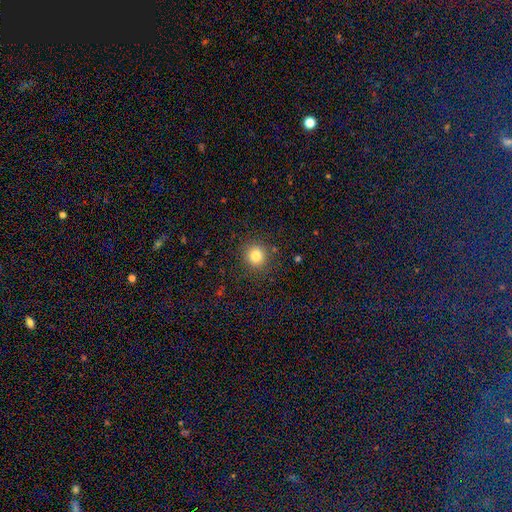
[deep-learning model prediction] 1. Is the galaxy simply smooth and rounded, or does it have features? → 82% smooth, 13% star or artifact, 6% featured or disk.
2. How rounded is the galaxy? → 90% round, 9% in between, 1% cigar-shaped.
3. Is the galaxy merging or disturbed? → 87% none, 8% minor disturbance, 3% major disturbance, 2% merger.